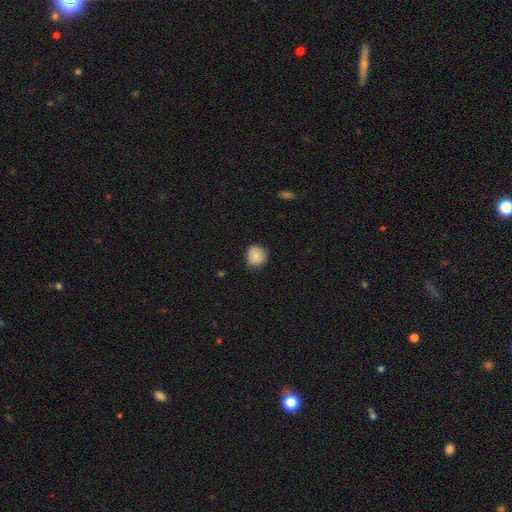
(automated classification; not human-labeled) This is clearly a smooth galaxy (82%). How rounded: clearly round (86%). Merging: likely none (74%).